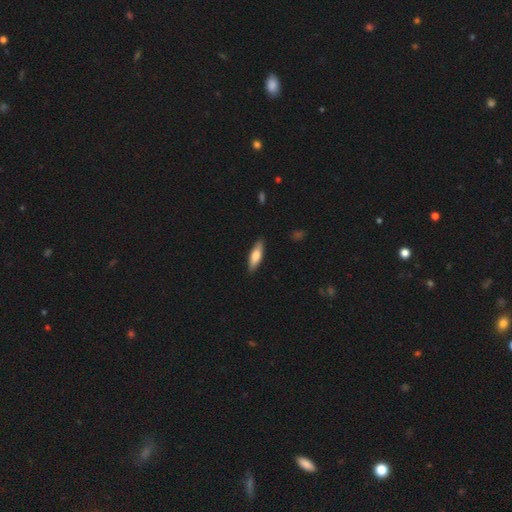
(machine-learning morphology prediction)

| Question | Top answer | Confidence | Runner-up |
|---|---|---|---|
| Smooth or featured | smooth | 70% | featured or disk (25%) |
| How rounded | cigar-shaped | 54% | in between (45%) |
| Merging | none | 88% | minor disturbance (9%) |